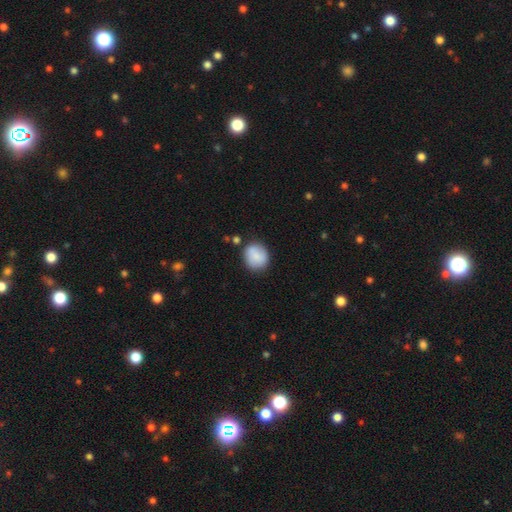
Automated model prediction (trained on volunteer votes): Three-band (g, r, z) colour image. It shows a smooth galaxy with no disk features (77%) that is round (74%). Merging: none (75%).